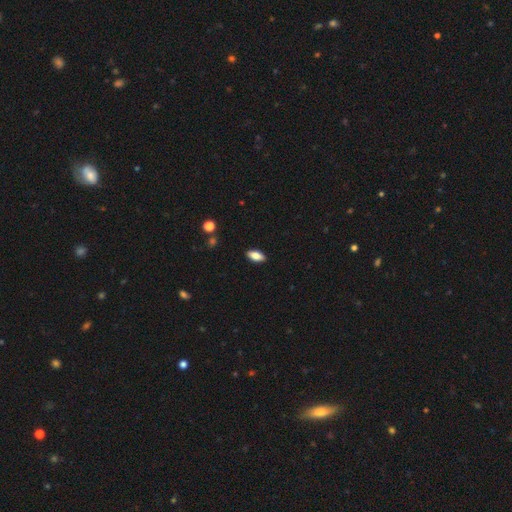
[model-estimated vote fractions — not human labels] A smooth galaxy with no disk features (79%) that is in between round and cigar-shaped (86%).

Vote fractions:
- Smooth or featured? smooth: 79% / featured or disk: 14% / star or artifact: 8%
- How rounded? in between: 86% / cigar-shaped: 11% / round: 3%
- Merging? none: 89% / minor disturbance: 8% / major disturbance: 2% / merger: 1%